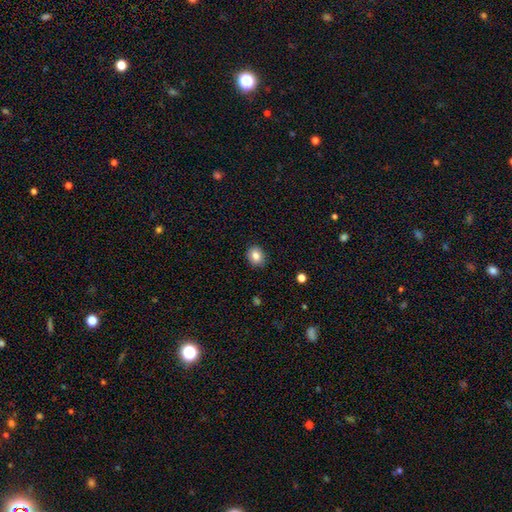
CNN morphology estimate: This appears to be a smooth galaxy with no disk features (83%) that is round (61%). Merging: none (89%).